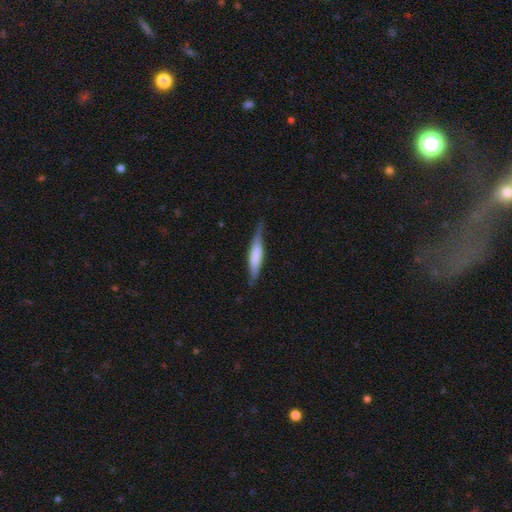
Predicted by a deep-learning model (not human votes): smooth 52%, featured or disk 42%, star or artifact 6%. Down the decision tree: how rounded — cigar-shaped (86%); merging — none (74%).